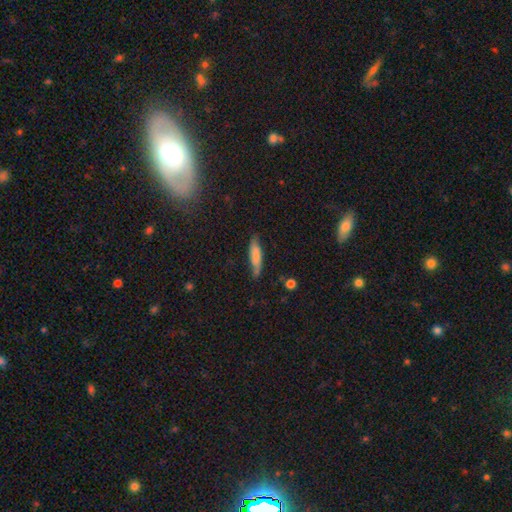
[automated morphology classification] type=smooth (71%); roundness=cigar-shaped (69%); merging=none (69%).